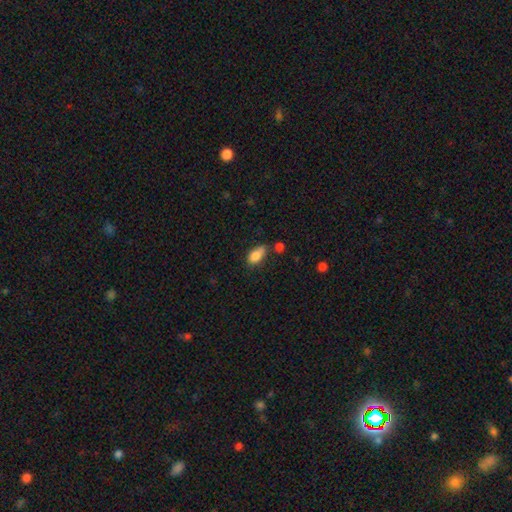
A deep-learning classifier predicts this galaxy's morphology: This is clearly a smooth galaxy (82%). How rounded: clearly in between (87%). Merging: marginally none (43%).